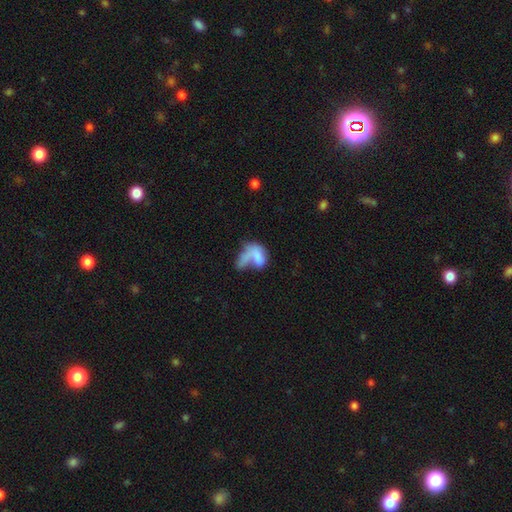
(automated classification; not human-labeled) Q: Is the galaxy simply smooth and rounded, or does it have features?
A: smooth — 64%.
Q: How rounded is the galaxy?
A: in between — 83%.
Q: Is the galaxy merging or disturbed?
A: merger — 48%.